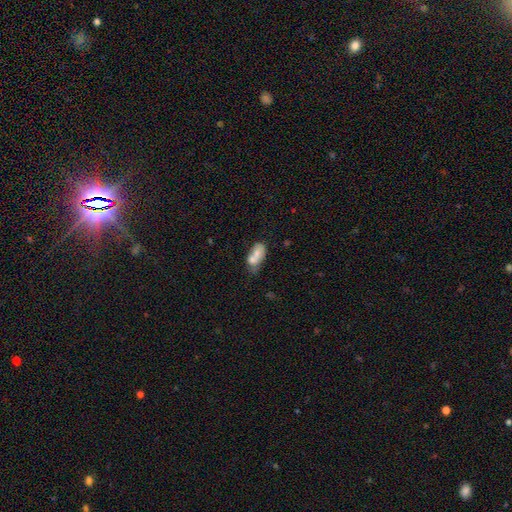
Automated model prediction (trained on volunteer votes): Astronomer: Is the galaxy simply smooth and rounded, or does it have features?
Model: smooth — 66%.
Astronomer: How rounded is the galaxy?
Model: in between — 87%.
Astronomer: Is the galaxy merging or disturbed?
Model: merger — 43% (runner-up: none, 27%).